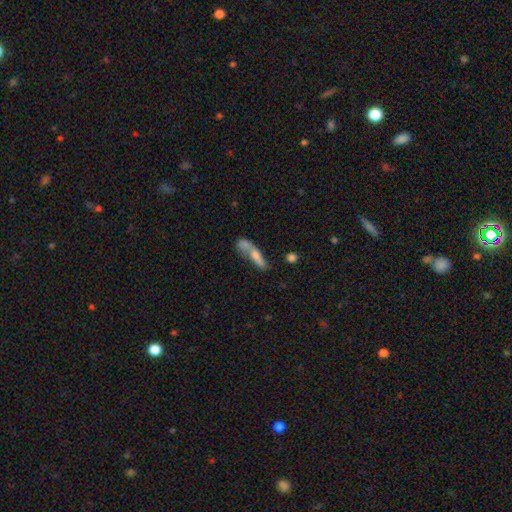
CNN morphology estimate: A smooth galaxy with no disk features (61%) that is cigar-shaped (61%).

Vote fractions:
- Smooth or featured? smooth: 61% / featured or disk: 30% / star or artifact: 9%
- How rounded? cigar-shaped: 61% / in between: 34% / round: 5%
- Merging? merger: 43% / none: 30% / minor disturbance: 14% / major disturbance: 13%